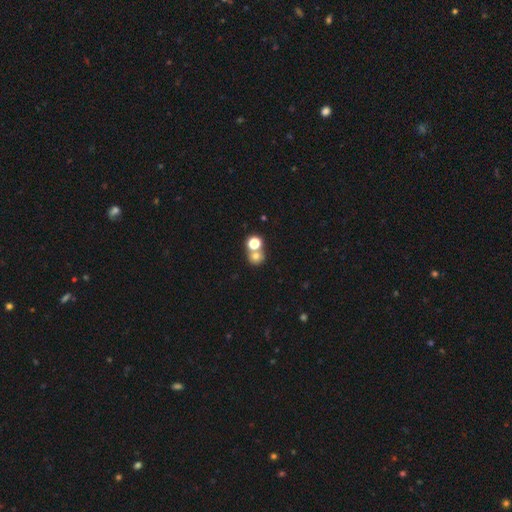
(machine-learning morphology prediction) smooth-or-featured: smooth: 71% | star or artifact: 18% | featured or disk: 11%
  how-rounded: round: 82% | in between: 17% | cigar-shaped: 1%
  merging: none: 48% | merger: 42% | minor disturbance: 7% | major disturbance: 3%